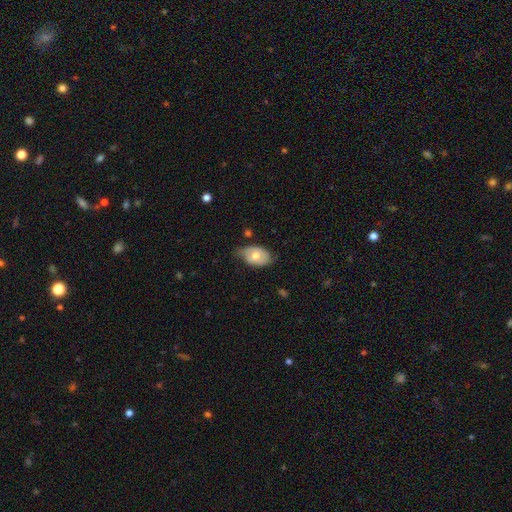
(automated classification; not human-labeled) Smooth or featured? smooth (58%)
How rounded? in between (88%)
Merging? none (60%)